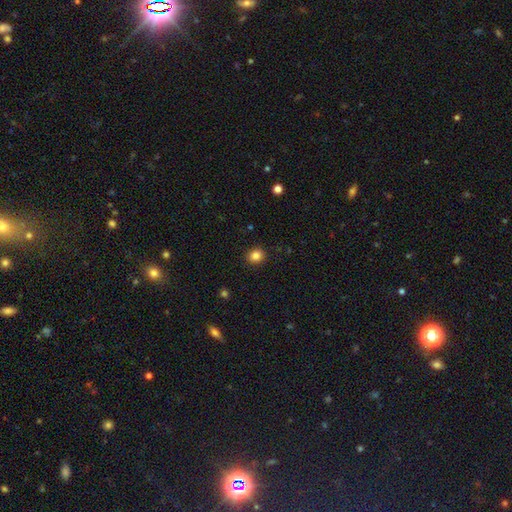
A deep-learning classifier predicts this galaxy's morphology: smooth-or-featured: smooth: 85% | star or artifact: 11% | featured or disk: 4%
  how-rounded: round: 78% | in between: 21% | cigar-shaped: 1%
  merging: none: 91% | minor disturbance: 7% | major disturbance: 2% | merger: 1%